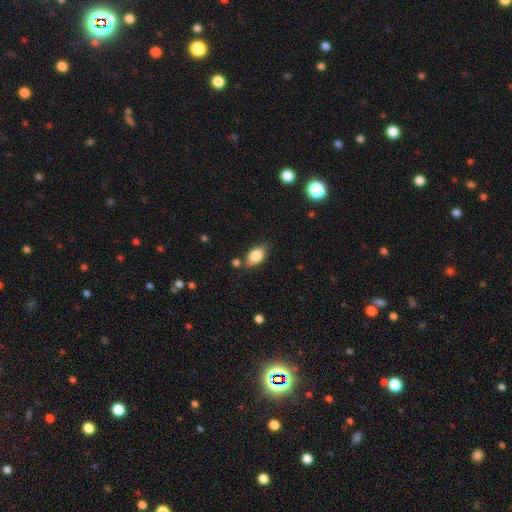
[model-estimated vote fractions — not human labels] Smooth or featured?
  - smooth: 82% *
  - featured or disk: 11%
  - star or artifact: 7%
How rounded?
  - in between: 90% *
  - round: 6%
  - cigar-shaped: 4%
Merging?
  - none: 75% *
  - minor disturbance: 16%
  - merger: 6%
  - major disturbance: 3%